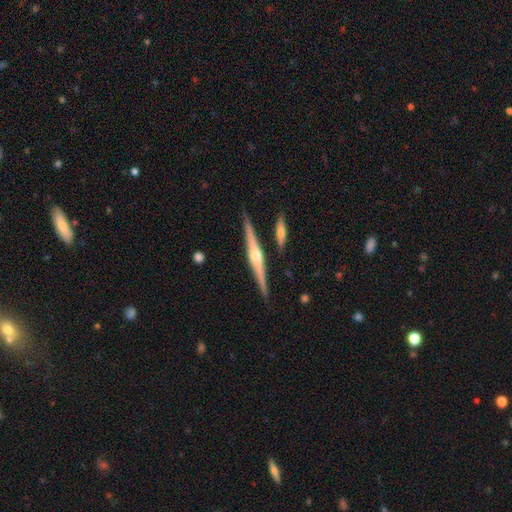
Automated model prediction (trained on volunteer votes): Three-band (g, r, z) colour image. It shows a featured or disk galaxy (85%) viewed edge-on (98%) with a rounded central bulge (90%). Merging: none (87%).